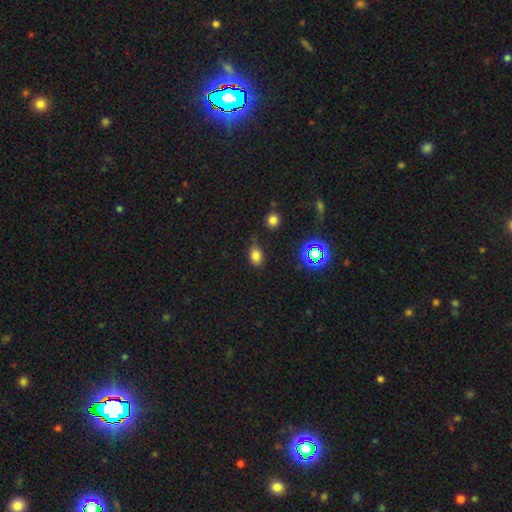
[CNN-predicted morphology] This is likely a smooth galaxy (75%). How rounded: likely in between (79%). Merging: likely none (73%).